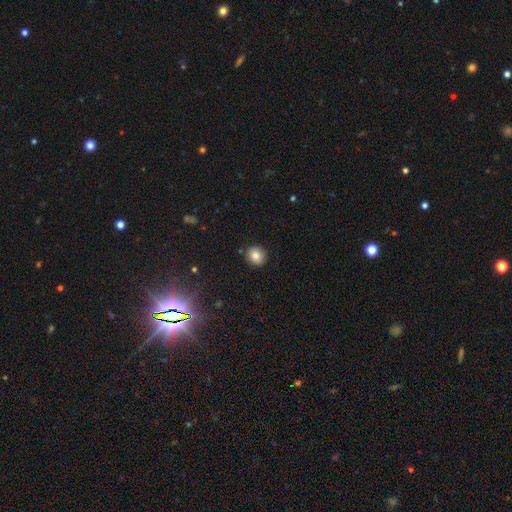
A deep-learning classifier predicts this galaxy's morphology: Smooth or featured? Predicted: smooth (p=0.84). How rounded? Predicted: round (p=0.84). Merging? Predicted: none (p=0.88).